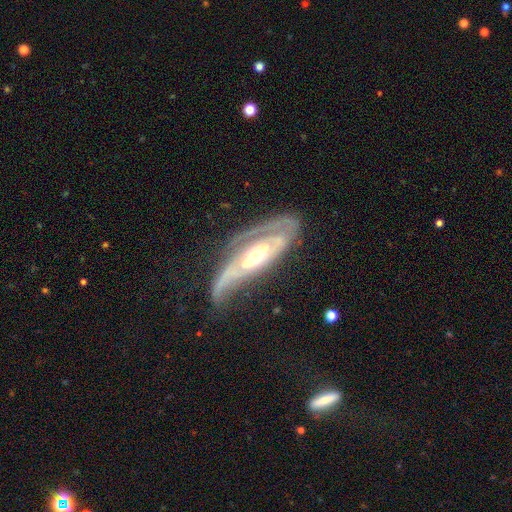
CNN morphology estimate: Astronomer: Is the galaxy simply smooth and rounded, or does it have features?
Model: featured or disk — 83%.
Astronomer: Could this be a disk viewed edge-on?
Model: no — 83%.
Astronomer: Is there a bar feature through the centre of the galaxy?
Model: no — 60%.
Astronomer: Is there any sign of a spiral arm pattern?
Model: yes — 84%.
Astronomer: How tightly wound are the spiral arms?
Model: tight — 51% (runner-up: medium, 34%).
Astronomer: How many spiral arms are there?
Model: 2 — 42% (runner-up: can't tell, 32%).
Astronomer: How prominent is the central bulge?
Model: moderate — 60%.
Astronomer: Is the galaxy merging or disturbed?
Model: none — 45% (runner-up: major disturbance, 26%).